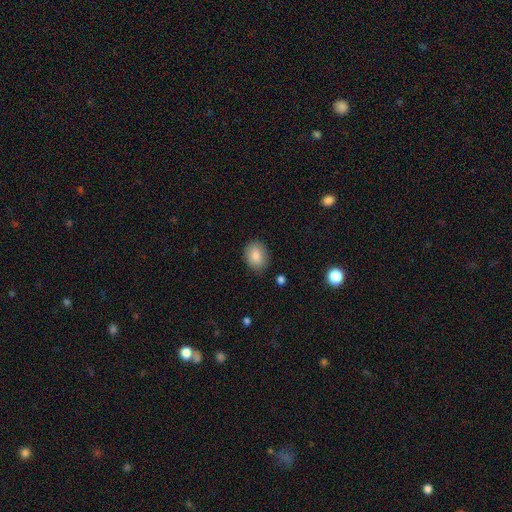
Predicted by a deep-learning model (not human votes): smooth 83%, featured or disk 9%, star or artifact 8%. Down the decision tree: how rounded — in between (52%); merging — none (85%).